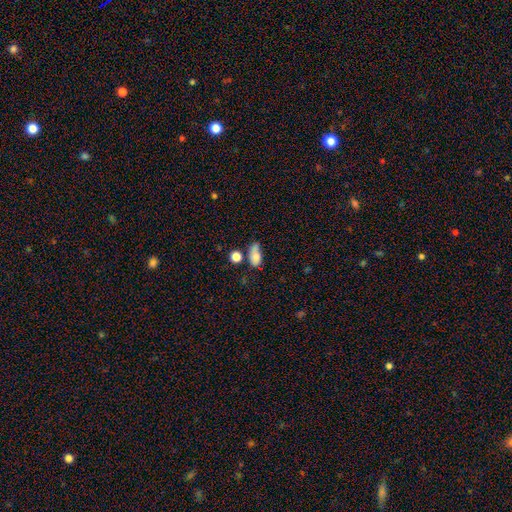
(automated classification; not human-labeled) The model was most divided on "merging": none: 34%, minor disturbance: 30%, major disturbance: 19%, merger: 17%. More confident: how rounded — in between (82%); smooth or featured — smooth (73%).